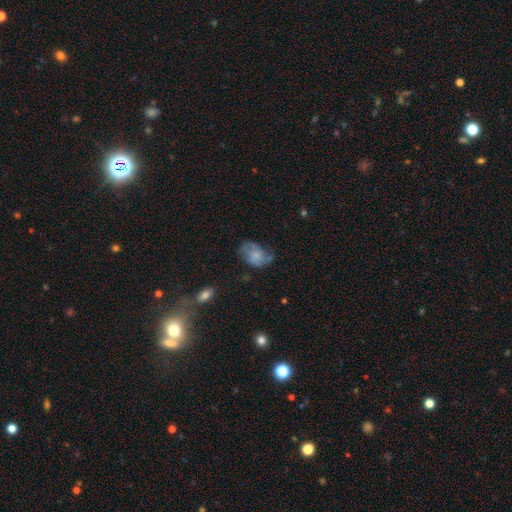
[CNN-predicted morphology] smooth 52%, featured or disk 38%, star or artifact 10%. Down the decision tree: how rounded — in between (76%); merging — none (43%).